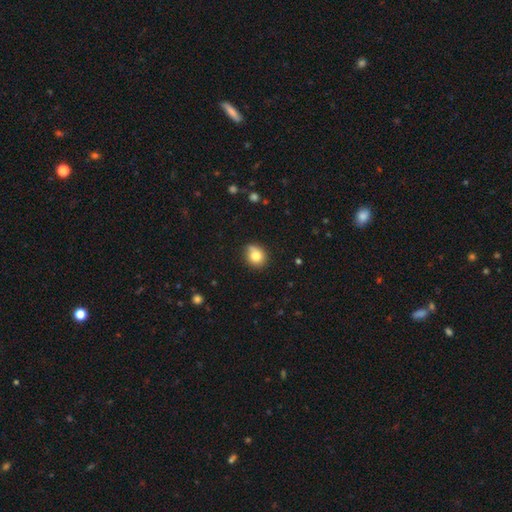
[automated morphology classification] Overall: smooth (80%). How rounded: round (72%). Merging: none (69%).